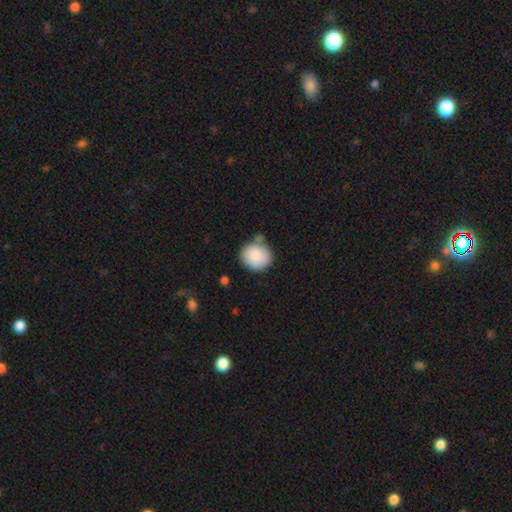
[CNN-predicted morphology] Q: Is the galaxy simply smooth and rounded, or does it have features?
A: smooth — 87%.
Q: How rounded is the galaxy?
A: round — 80%.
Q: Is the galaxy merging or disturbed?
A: none — 61%.